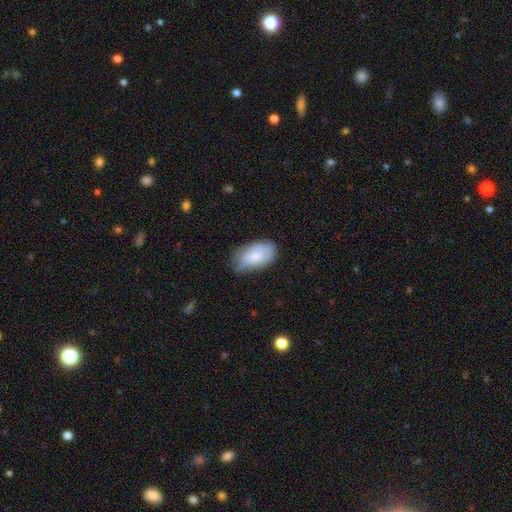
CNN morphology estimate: type=smooth (76%); roundness=in between (94%); merging=none (63%).